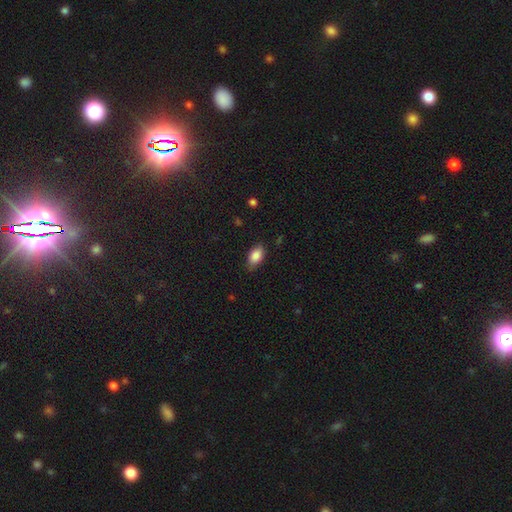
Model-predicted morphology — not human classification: Smooth or featured? smooth (86%)
How rounded? in between (91%)
Merging? none (78%)